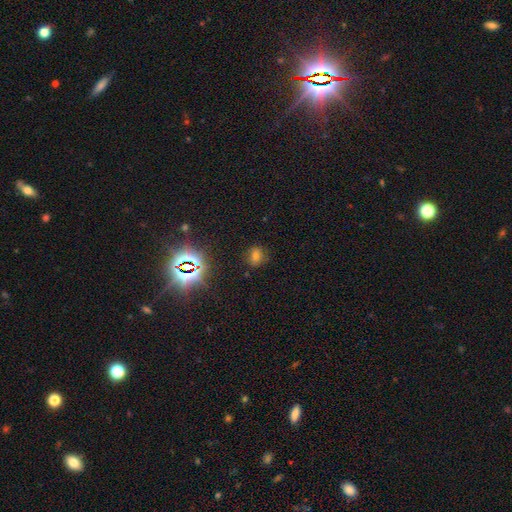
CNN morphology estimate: A smooth galaxy with no disk features (51%) that is round (66%).

Vote fractions:
- Smooth or featured? smooth: 51% / star or artifact: 39% / featured or disk: 10%
- How rounded? round: 66% / in between: 33% / cigar-shaped: 2%
- Merging? none: 83% / minor disturbance: 11% / major disturbance: 4% / merger: 2%